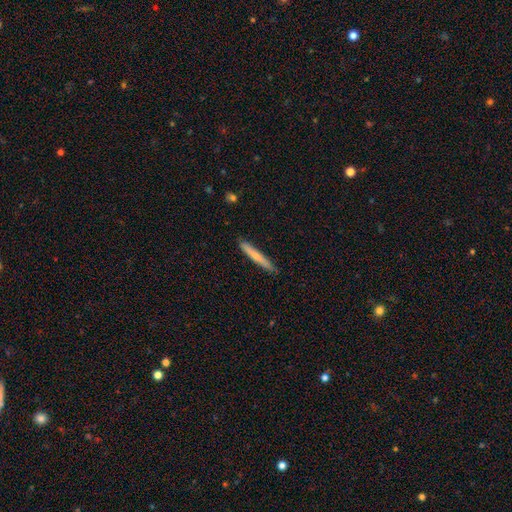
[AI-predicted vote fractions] Smooth or featured: smooth — 60% (featured or disk — 34%)
How rounded: cigar-shaped — 96% (in between — 3%)
Merging: none — 89% (minor disturbance — 8%)